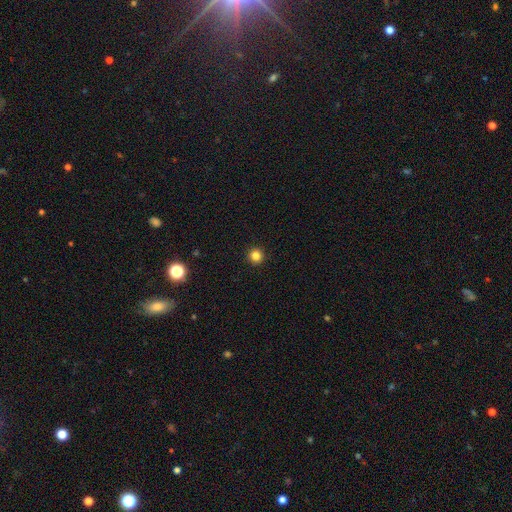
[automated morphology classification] smooth-or-featured: smooth: 82% | star or artifact: 13% | featured or disk: 4%
  how-rounded: round: 96% | in between: 3% | cigar-shaped: 1%
  merging: none: 94% | minor disturbance: 4% | major disturbance: 1% | merger: 1%